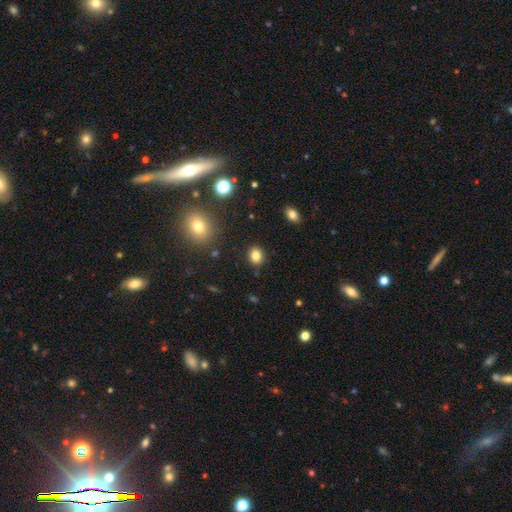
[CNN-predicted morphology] smooth_or_featured: smooth (p=0.83) [alt: star or artifact p=0.12]
how_rounded: round (p=0.60) [alt: in between p=0.39]
merging: none (p=0.87) [alt: minor disturbance p=0.08]